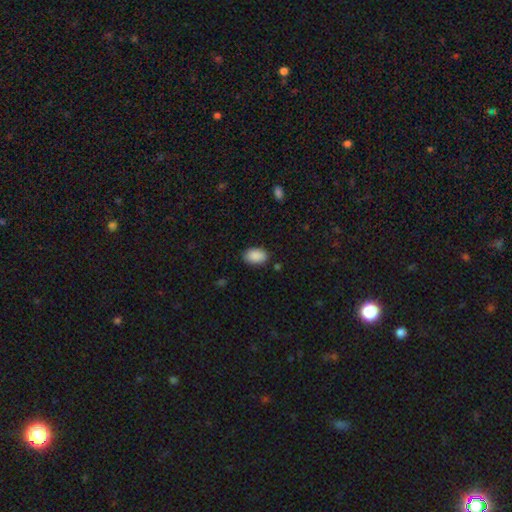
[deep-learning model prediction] Overall: smooth (90%). How rounded: in between (90%). Merging: none (84%).